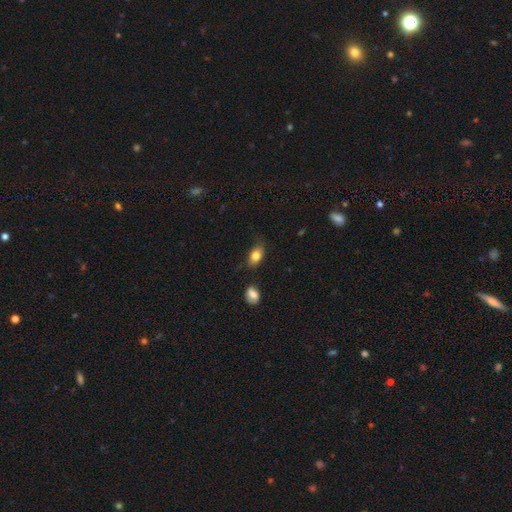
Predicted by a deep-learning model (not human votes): Smooth or featured? smooth (80%)
How rounded? in between (84%)
Merging? none (64%)